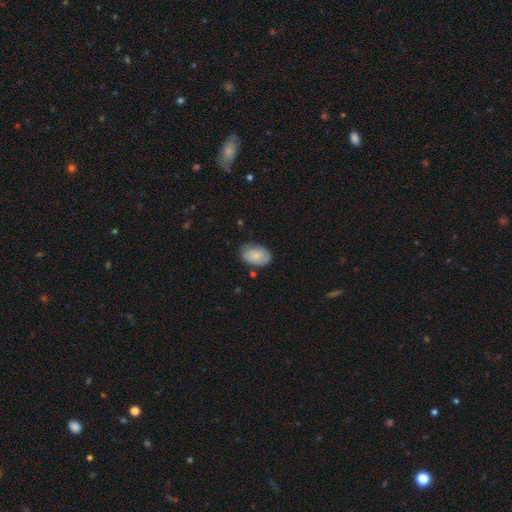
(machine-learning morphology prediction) type=smooth (78%); roundness=in between (89%); merging=none (74%).